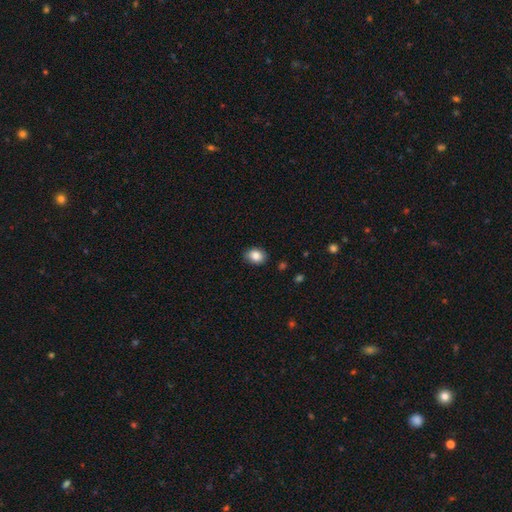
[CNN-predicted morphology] A smooth galaxy with no disk features (85%) that is in between round and cigar-shaped (60%).

Vote fractions:
- Smooth or featured? smooth: 85% / star or artifact: 9% / featured or disk: 7%
- How rounded? in between: 60% / round: 39% / cigar-shaped: 1%
- Merging? none: 86% / minor disturbance: 10% / major disturbance: 2% / merger: 1%